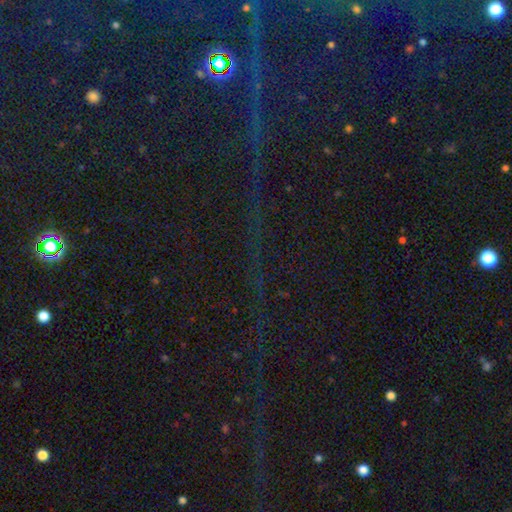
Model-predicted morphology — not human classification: Smooth or featured? star or artifact (82%)